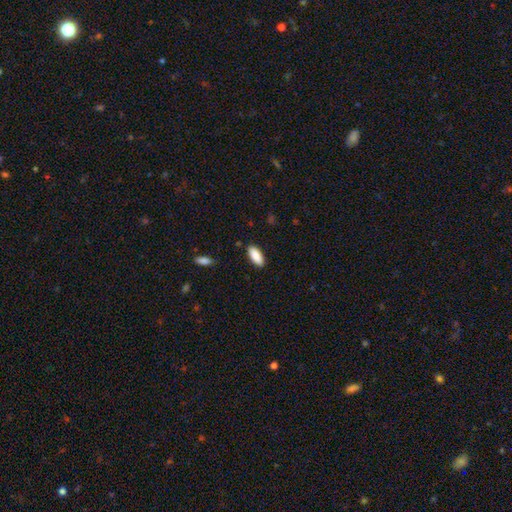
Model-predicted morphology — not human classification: type=smooth (89%); roundness=in between (80%); merging=none (88%).